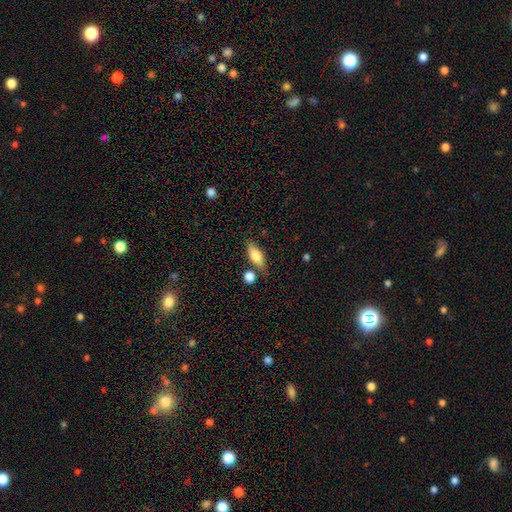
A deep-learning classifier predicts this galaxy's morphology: This is likely a smooth galaxy (74%). How rounded: likely in between (72%). Merging: likely none (70%).